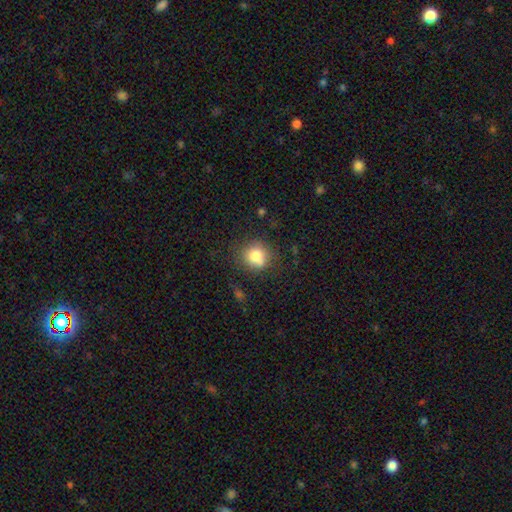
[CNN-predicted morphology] Q: Smooth or featured?
A: smooth (79%); runner-up: star or artifact (11%)
Q: How rounded?
A: round (83%); runner-up: in between (16%)
Q: Merging?
A: none (68%); runner-up: minor disturbance (17%)